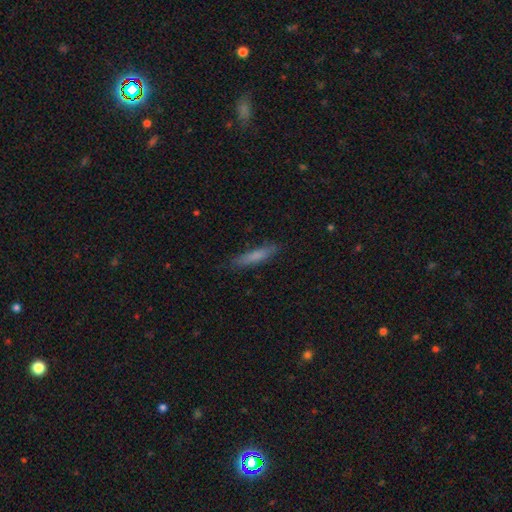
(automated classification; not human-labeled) A smooth galaxy with no disk features (74%) that is cigar-shaped (88%).

Vote fractions:
- Smooth or featured? smooth: 74% / featured or disk: 19% / star or artifact: 7%
- How rounded? cigar-shaped: 88% / in between: 11% / round: 1%
- Merging? none: 85% / minor disturbance: 12% / major disturbance: 2% / merger: 1%